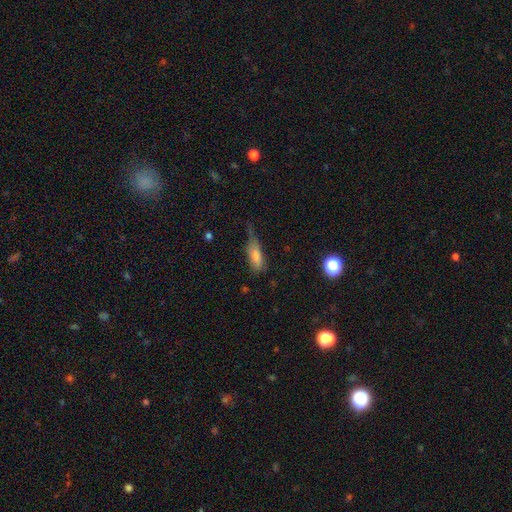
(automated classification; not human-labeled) Overall: smooth (71%). How rounded: in between (61%; cigar-shaped 35%). Merging: minor disturbance (38%; none 35%).